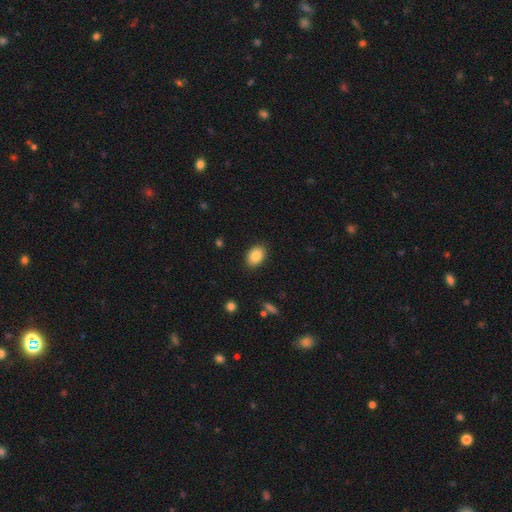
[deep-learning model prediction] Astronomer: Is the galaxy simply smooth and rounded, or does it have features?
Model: smooth — 86%.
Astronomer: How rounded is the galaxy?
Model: in between — 81%.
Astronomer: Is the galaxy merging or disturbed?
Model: none — 88%.